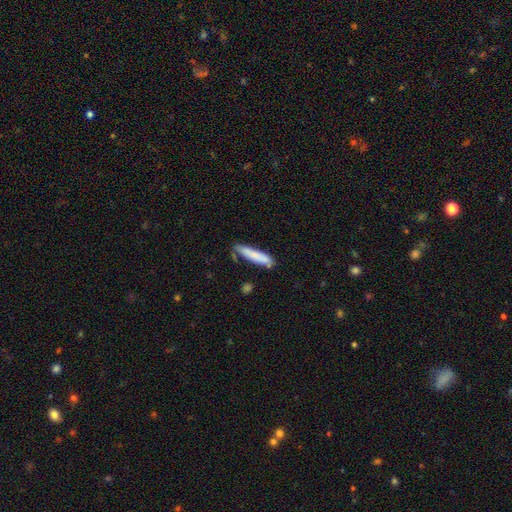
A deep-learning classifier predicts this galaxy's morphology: Smooth or featured? Predicted: smooth (p=0.77). How rounded? Predicted: cigar-shaped (p=0.87). Merging? Predicted: none (p=0.69).